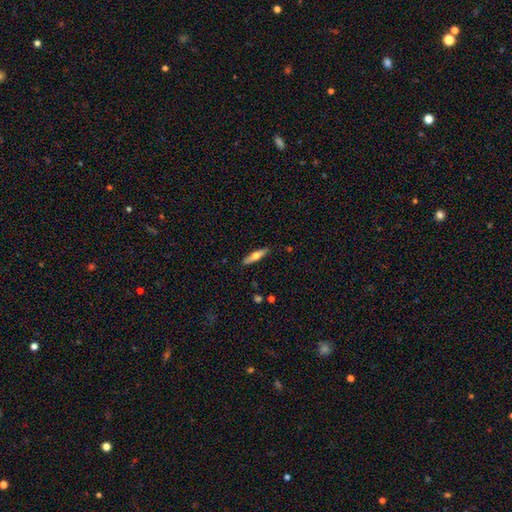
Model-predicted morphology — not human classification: Smooth or featured: smooth — 56% (featured or disk — 38%)
How rounded: cigar-shaped — 73% (in between — 25%)
Merging: none — 88% (minor disturbance — 9%)